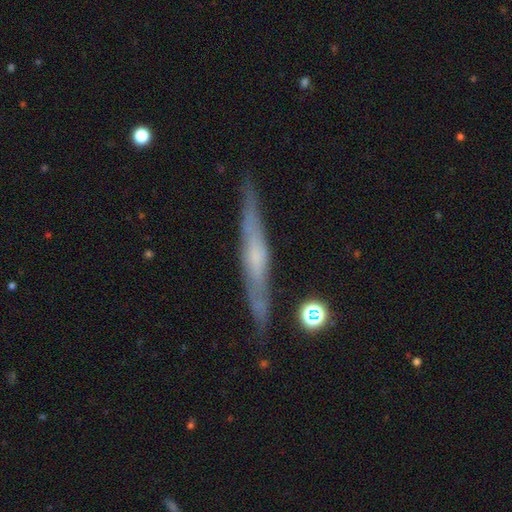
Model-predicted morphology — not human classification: Overall: featured or disk (64%; smooth 29%). Edge-on disk: yes (94%). Edge-on bulge: none (48%; rounded 35%). Merging: none (85%).